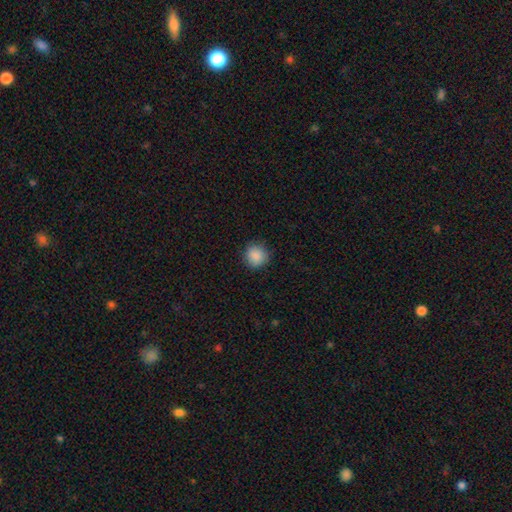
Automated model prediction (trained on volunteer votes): A smooth galaxy with no disk features (88%) that is round (90%). Merging: none (87%).